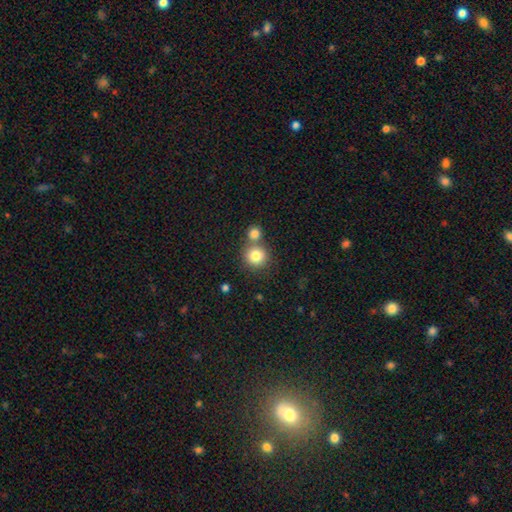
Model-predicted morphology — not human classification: A smooth galaxy with no disk features (81%) that is round (92%).

Vote fractions:
- Smooth or featured? smooth: 81% / star or artifact: 11% / featured or disk: 8%
- How rounded? round: 92% / in between: 7% / cigar-shaped: 1%
- Merging? none: 59% / merger: 31% / minor disturbance: 7% / major disturbance: 3%